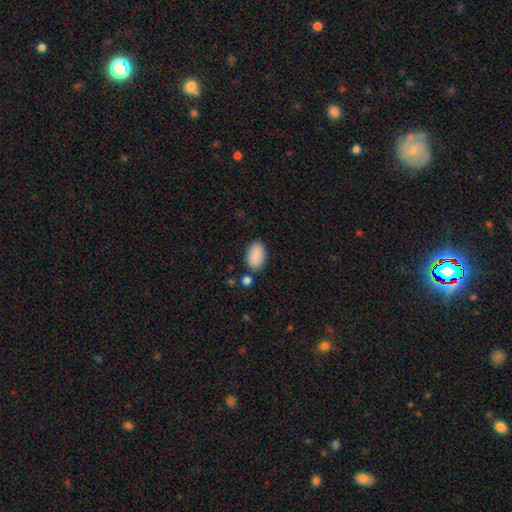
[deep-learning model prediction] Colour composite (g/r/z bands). It shows a smooth galaxy with no disk features (90%) that is in between round and cigar-shaped (93%). Merging: none (80%).